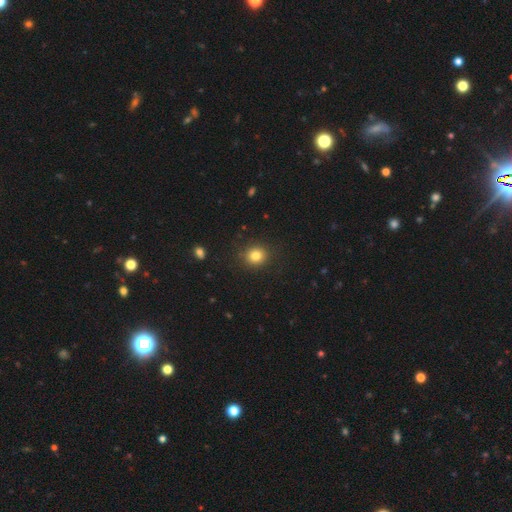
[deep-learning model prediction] smooth 81%, star or artifact 12%, featured or disk 7%. Down the decision tree: how rounded — round (85%); merging — none (89%).